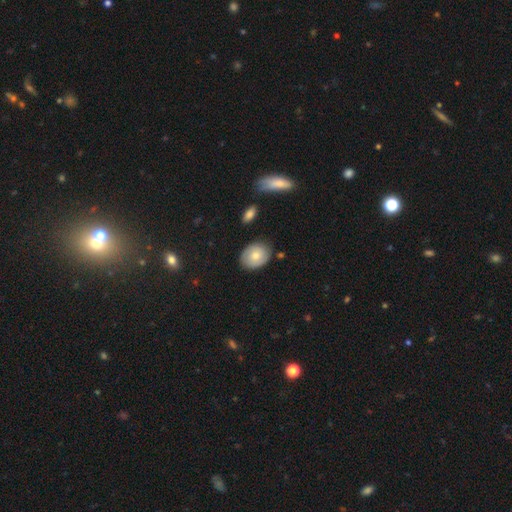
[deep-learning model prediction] This appears to be a smooth galaxy with no disk features (67%) that is in between round and cigar-shaped (58%). Merging: none (82%).